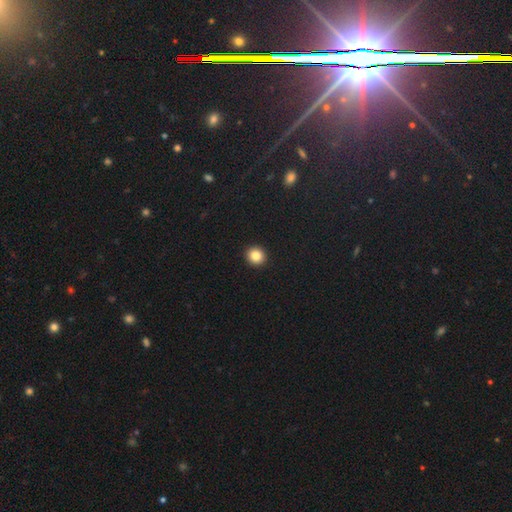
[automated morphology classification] smooth-or-featured: smooth: 85% | star or artifact: 10% | featured or disk: 5%
  how-rounded: round: 88% | in between: 11% | cigar-shaped: 1%
  merging: none: 93% | minor disturbance: 4% | major disturbance: 1% | merger: 1%